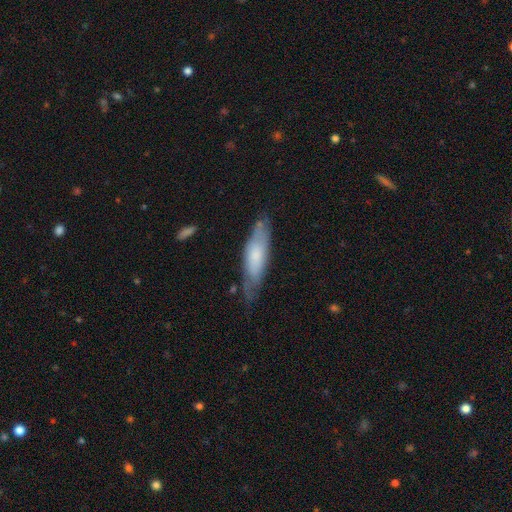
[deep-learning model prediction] smooth_or_featured: smooth (p=0.57) [alt: featured or disk p=0.37]
how_rounded: cigar-shaped (p=0.59) [alt: in between p=0.39]
merging: none (p=0.65) [alt: minor disturbance p=0.26]